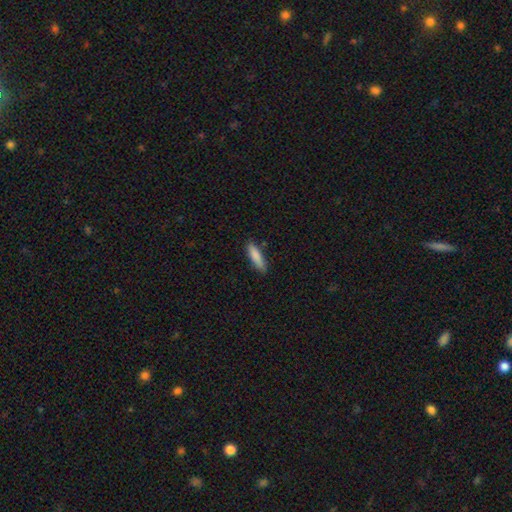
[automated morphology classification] smooth-or-featured: smooth: 85% | featured or disk: 9% | star or artifact: 6%
  how-rounded: cigar-shaped: 71% | in between: 28% | round: 1%
  merging: none: 82% | minor disturbance: 14% | major disturbance: 2% | merger: 2%